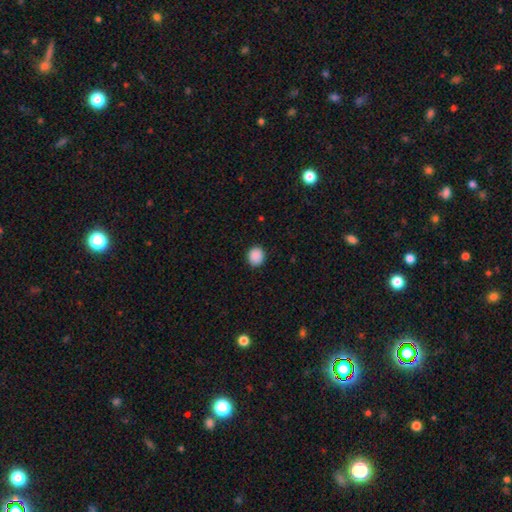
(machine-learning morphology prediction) This is clearly a smooth galaxy (89%). How rounded: likely round (79%). Merging: clearly none (91%).